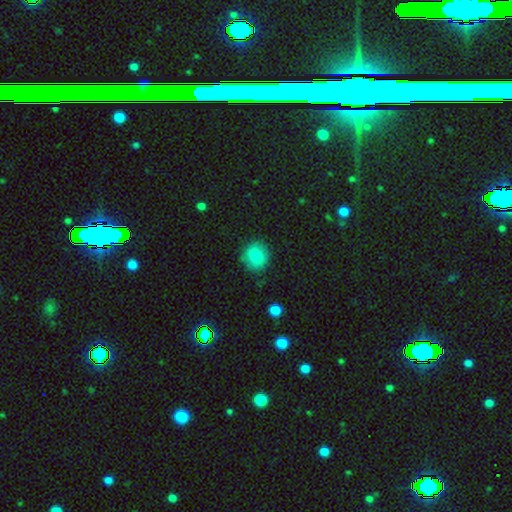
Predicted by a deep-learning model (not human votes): smooth-or-featured: smooth: 82% | featured or disk: 9% | star or artifact: 9%
  how-rounded: round: 81% | in between: 18% | cigar-shaped: 1%
  merging: none: 83% | minor disturbance: 12% | major disturbance: 3% | merger: 1%